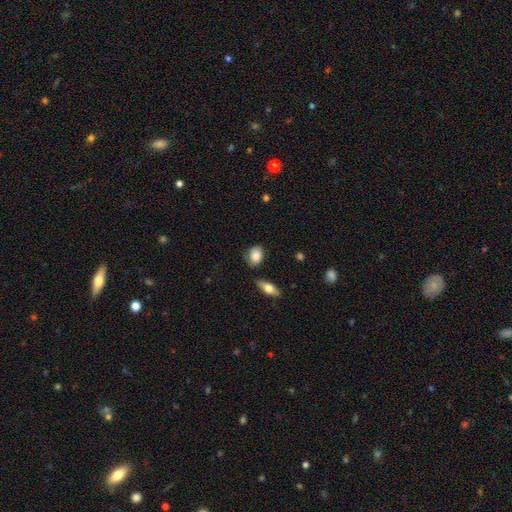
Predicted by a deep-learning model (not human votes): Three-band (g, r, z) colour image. It shows a smooth galaxy with no disk features (84%) that is in between round and cigar-shaped (67%). Merging: none (70%).